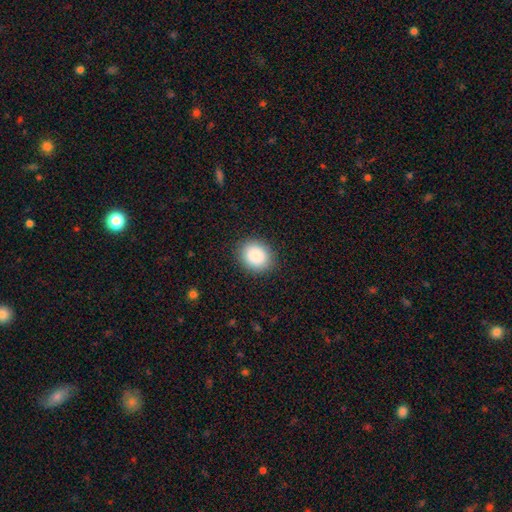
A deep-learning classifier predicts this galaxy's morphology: This appears to be a smooth galaxy with no disk features (88%) that is round (61%). Merging: none (89%).